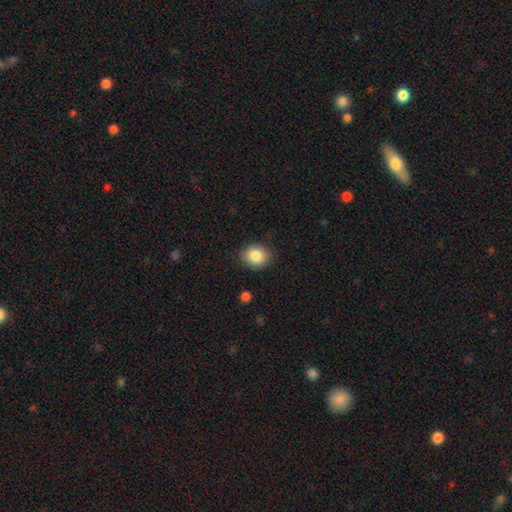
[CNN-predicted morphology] smooth-or-featured: smooth: 86% | star or artifact: 8% | featured or disk: 6%
  how-rounded: round: 59% | in between: 40% | cigar-shaped: 1%
  merging: none: 87% | minor disturbance: 10% | major disturbance: 3% | merger: 1%